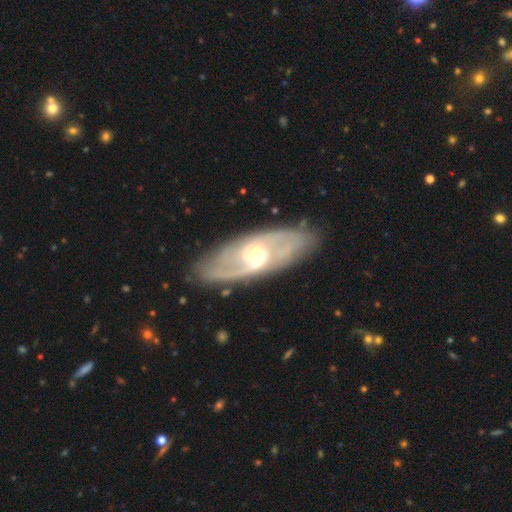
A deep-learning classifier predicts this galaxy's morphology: A featured or disk galaxy (83%) with no bar (48%), 2 (68%) medium (45%) spiral arms (90%) and a small central bulge (50%). Merging: none (83%).